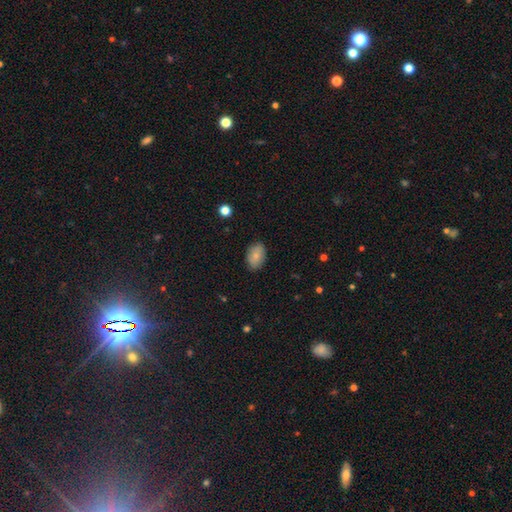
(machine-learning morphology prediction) Overall: smooth (83%). How rounded: in between (87%). Merging: none (86%).